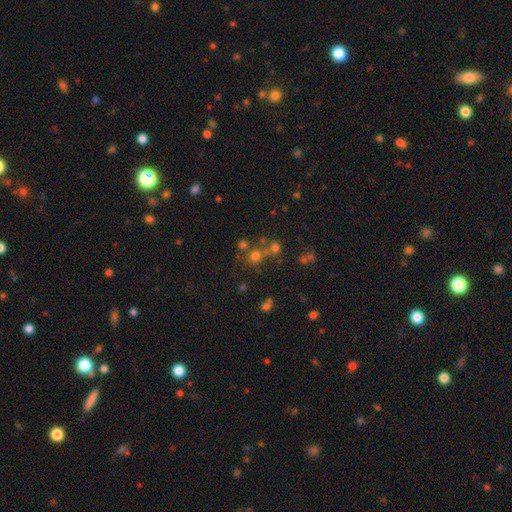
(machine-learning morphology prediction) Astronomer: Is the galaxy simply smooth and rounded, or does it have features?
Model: smooth — 60%.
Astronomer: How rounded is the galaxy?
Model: round — 88%.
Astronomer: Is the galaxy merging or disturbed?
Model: none — 61%.